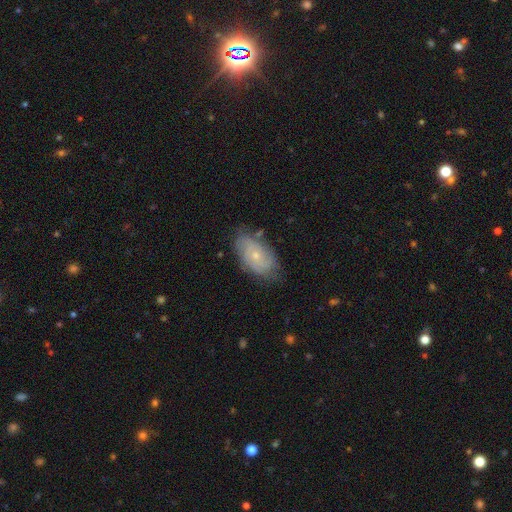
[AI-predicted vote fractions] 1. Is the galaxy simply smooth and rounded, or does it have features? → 56% featured or disk, 36% smooth, 8% star or artifact.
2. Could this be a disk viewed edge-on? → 94% no, 6% yes.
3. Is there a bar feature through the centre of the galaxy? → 81% no, 16% weak, 2% strong.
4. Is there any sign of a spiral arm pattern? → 76% yes, 24% no.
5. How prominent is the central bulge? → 72% small, 25% moderate, 2% none, 1% large, 1% dominant.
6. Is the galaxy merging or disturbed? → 71% none, 22% minor disturbance, 5% major disturbance, 2% merger.